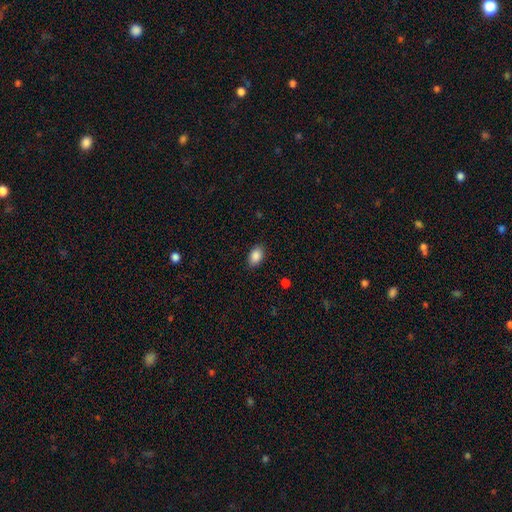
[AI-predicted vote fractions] This is clearly a smooth galaxy (88%). How rounded: clearly in between (90%). Merging: clearly none (88%).